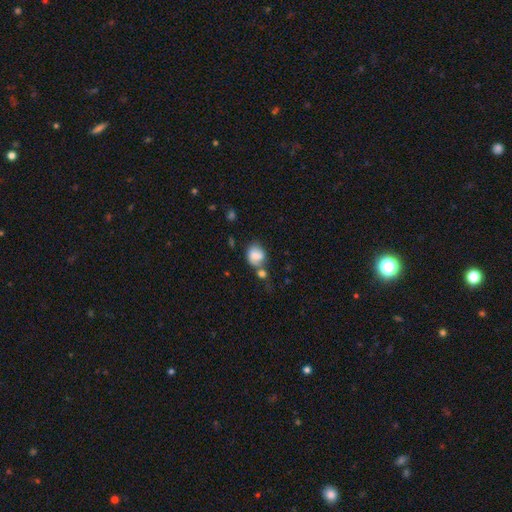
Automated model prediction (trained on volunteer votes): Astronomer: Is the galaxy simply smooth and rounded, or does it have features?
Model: smooth — 71%.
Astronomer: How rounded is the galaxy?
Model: round — 61% (runner-up: in between, 38%).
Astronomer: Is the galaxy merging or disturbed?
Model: none — 45% (runner-up: merger, 28%).